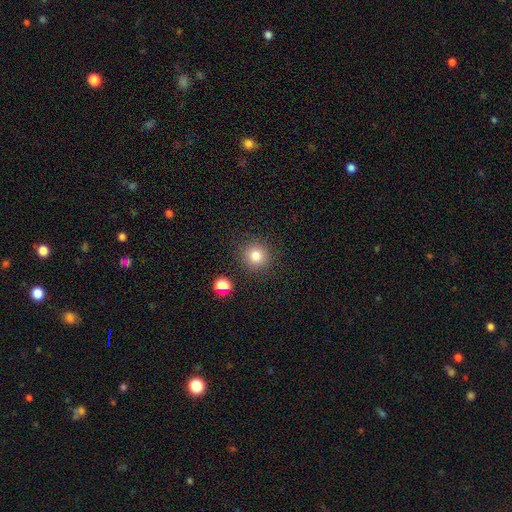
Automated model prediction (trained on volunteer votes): Smooth or featured: smooth — 81% (star or artifact — 13%)
How rounded: round — 91% (in between — 8%)
Merging: none — 87% (minor disturbance — 7%)